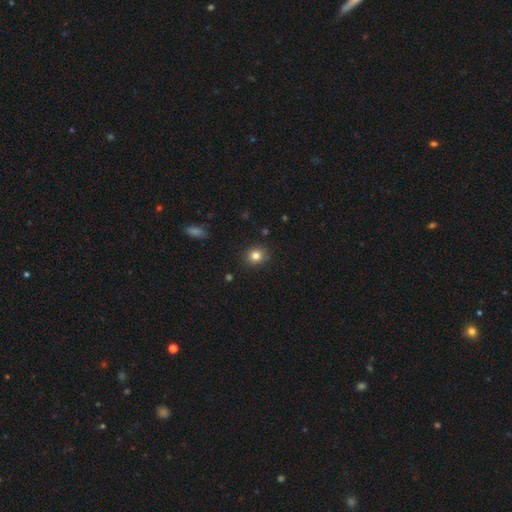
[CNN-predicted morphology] Smooth or featured?
  - smooth: 83% *
  - star or artifact: 11%
  - featured or disk: 6%
How rounded?
  - round: 82% *
  - in between: 17%
  - cigar-shaped: 1%
Merging?
  - none: 89% *
  - minor disturbance: 7%
  - major disturbance: 2%
  - merger: 1%